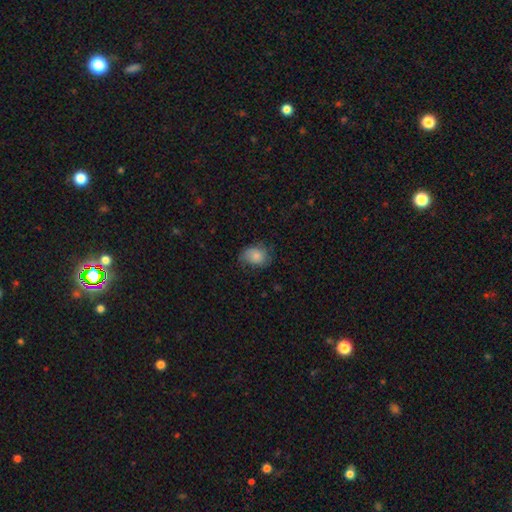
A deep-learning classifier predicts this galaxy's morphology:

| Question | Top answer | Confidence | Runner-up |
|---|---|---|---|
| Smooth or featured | smooth | 78% | featured or disk (14%) |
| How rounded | in between | 59% | round (40%) |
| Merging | none | 58% | minor disturbance (30%) |